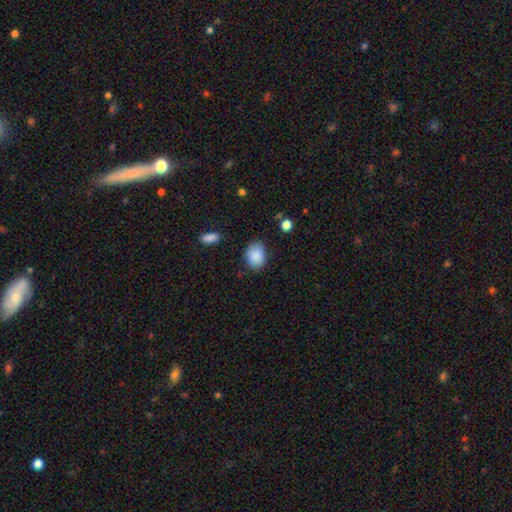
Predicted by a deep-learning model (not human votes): Morphology: type=smooth (88%); roundness=in between (70%); merging=none (76%).